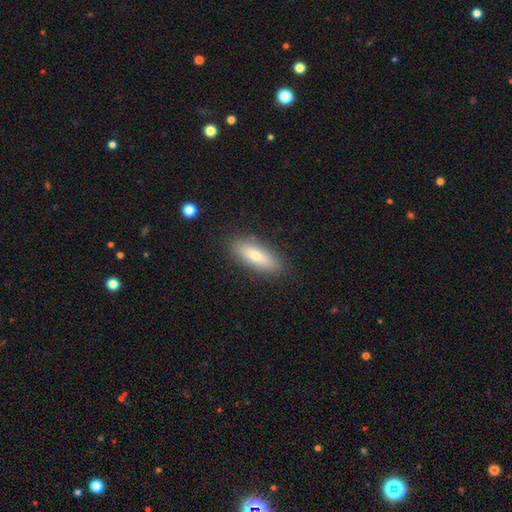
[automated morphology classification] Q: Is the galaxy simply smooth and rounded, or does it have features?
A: smooth — 75%.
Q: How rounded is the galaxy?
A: in between — 58%.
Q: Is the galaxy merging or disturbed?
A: none — 87%.